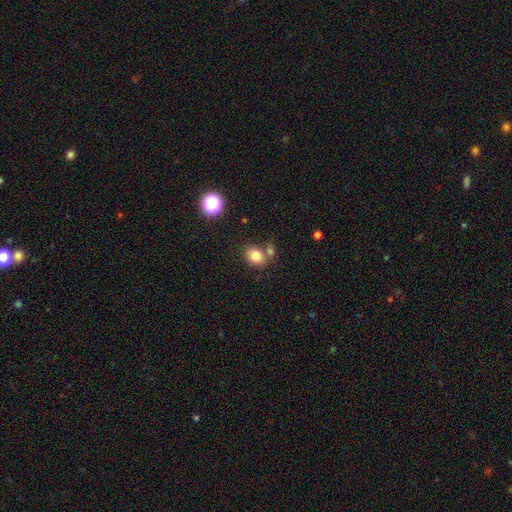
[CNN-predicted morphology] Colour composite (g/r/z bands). It shows a smooth galaxy with no disk features (81%) that is in between round and cigar-shaped (53%). Merging: none (63%).